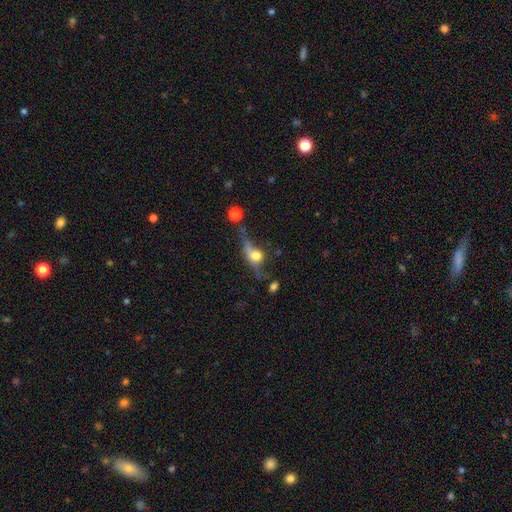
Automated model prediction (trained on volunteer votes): Morphology: type=featured or disk (45%); merging=none (45%).